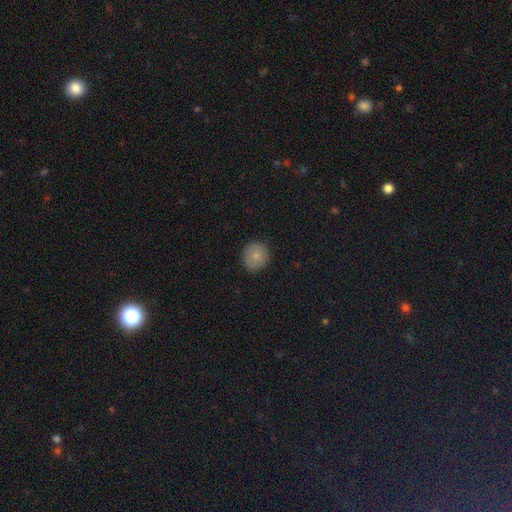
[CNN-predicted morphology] smooth-or-featured: smooth: 80% | featured or disk: 11% | star or artifact: 8%
  how-rounded: round: 89% | in between: 11% | cigar-shaped: 1%
  merging: none: 86% | minor disturbance: 10% | major disturbance: 2% | merger: 1%